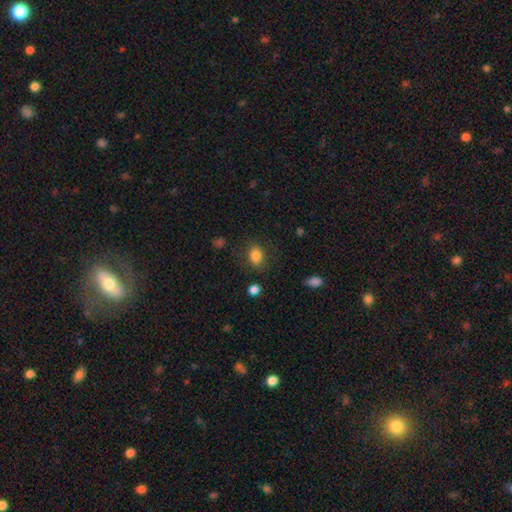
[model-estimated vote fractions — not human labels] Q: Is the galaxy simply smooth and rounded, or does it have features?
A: smooth — 83%.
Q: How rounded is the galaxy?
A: in between — 68%.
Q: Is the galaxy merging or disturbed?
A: none — 77%.